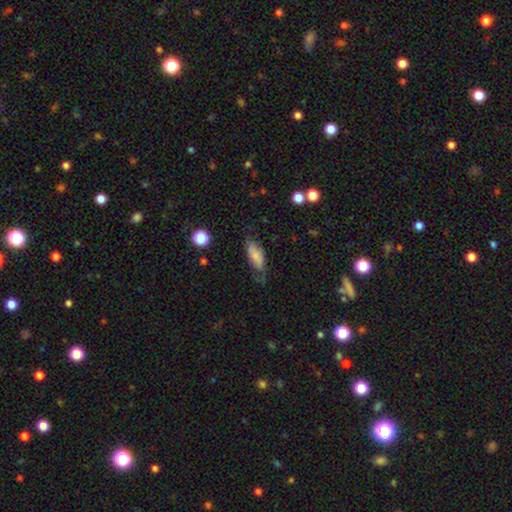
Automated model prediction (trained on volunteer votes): This appears to be a smooth galaxy with no disk features (67%) that is in between round and cigar-shaped (83%). Merging: none (50%).